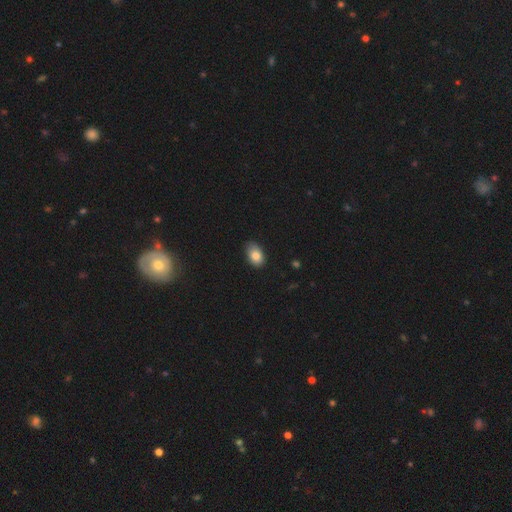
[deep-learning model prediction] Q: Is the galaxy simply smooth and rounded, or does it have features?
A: smooth — 82%.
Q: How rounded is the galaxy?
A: in between — 87%.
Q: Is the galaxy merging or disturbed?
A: none — 76%.